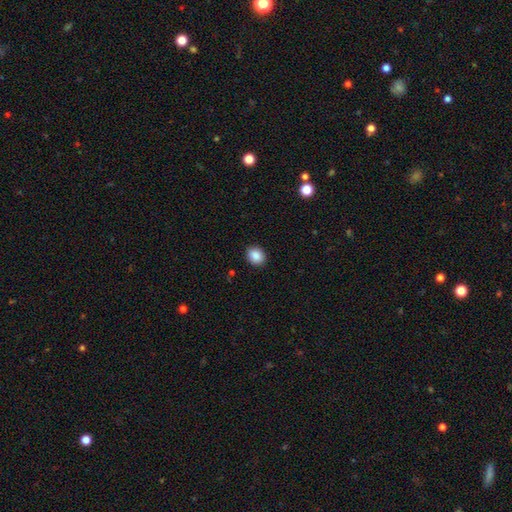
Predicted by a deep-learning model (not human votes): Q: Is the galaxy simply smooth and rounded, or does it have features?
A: smooth — 88%.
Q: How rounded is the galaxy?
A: round — 61%.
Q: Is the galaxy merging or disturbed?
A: none — 91%.